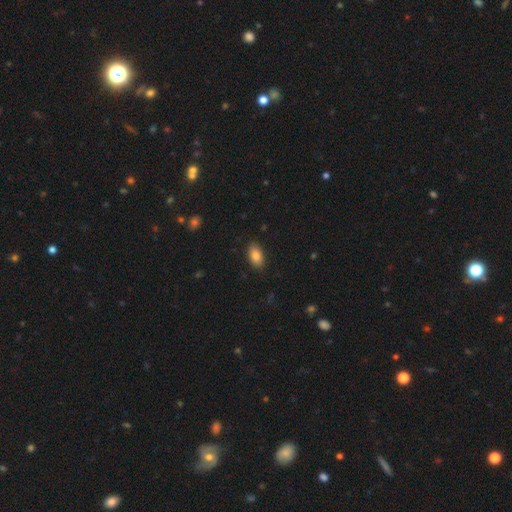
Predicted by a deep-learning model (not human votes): The model was most divided on "smooth or featured": smooth: 84%, featured or disk: 8%, star or artifact: 8%. More confident: how rounded — in between (92%); merging — none (87%).